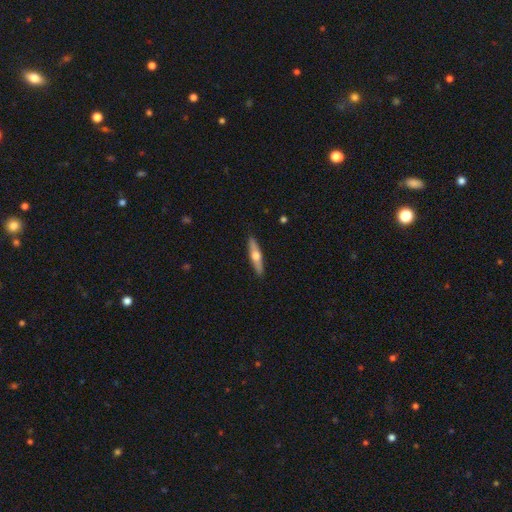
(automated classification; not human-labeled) A featured or disk galaxy (51%) viewed edge-on (91%).

Vote fractions:
- Smooth or featured? featured or disk: 51% / smooth: 44% / star or artifact: 5%
- Edge-on disk? yes: 91% / no: 9%
- Merging? none: 91% / minor disturbance: 7% / major disturbance: 1% / merger: 1%